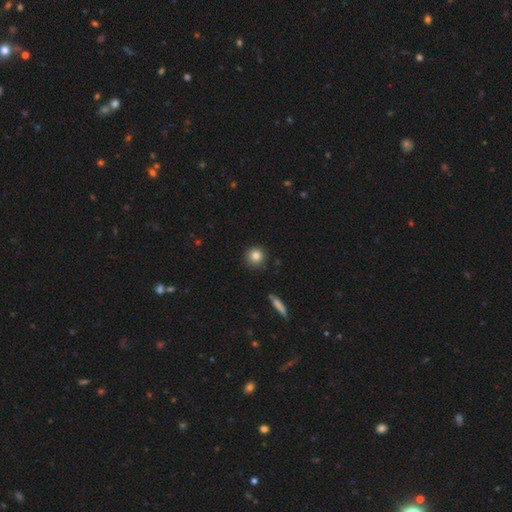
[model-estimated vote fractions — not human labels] Overall: smooth (83%). How rounded: round (94%). Merging: none (89%).